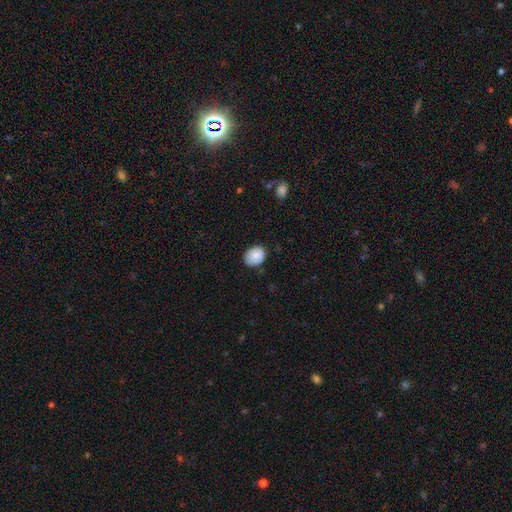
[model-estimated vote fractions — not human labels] Overall: smooth (87%). How rounded: in between (50%; round 49%). Merging: none (80%).